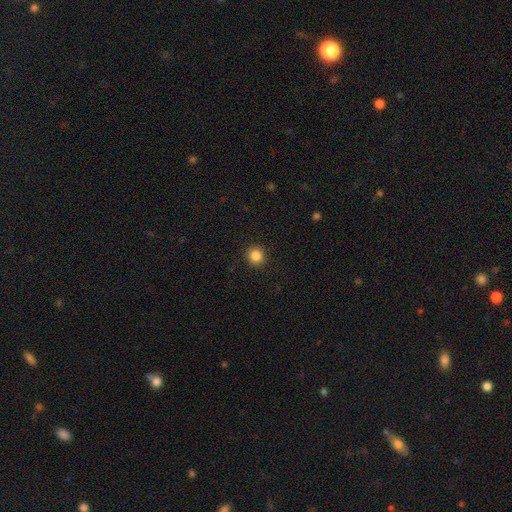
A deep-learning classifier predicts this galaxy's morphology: A smooth galaxy with no disk features (85%) that is round (92%).

Vote fractions:
- Smooth or featured? smooth: 85% / star or artifact: 11% / featured or disk: 4%
- How rounded? round: 92% / in between: 7% / cigar-shaped: 1%
- Merging? none: 93% / minor disturbance: 5% / major disturbance: 2% / merger: 1%